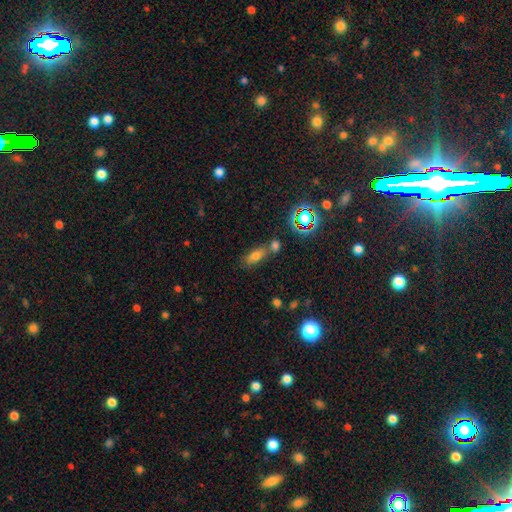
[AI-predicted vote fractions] A smooth galaxy with no disk features (68%) that is in between round and cigar-shaped (79%).

Vote fractions:
- Smooth or featured? smooth: 68% / star or artifact: 19% / featured or disk: 13%
- How rounded? in between: 79% / cigar-shaped: 12% / round: 9%
- Merging? none: 53% / merger: 30% / minor disturbance: 12% / major disturbance: 5%